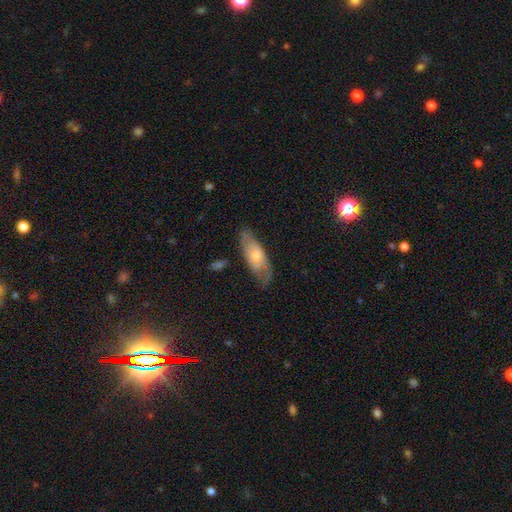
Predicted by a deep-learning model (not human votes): Smooth or featured?
  - smooth: 49% *
  - featured or disk: 45%
  - star or artifact: 6%
Merging?
  - none: 69% *
  - minor disturbance: 22%
  - major disturbance: 7%
  - merger: 2%